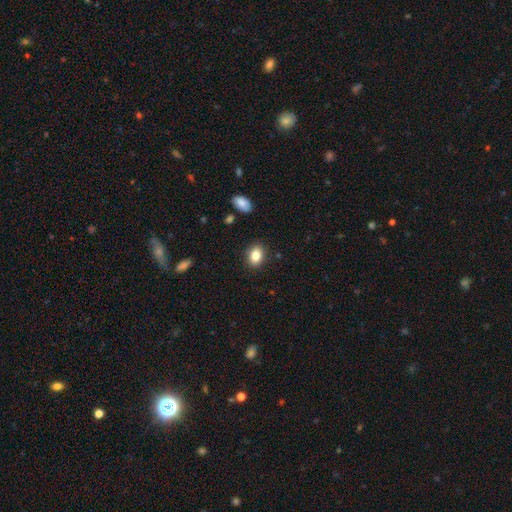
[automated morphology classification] This is clearly a smooth galaxy (84%). How rounded: likely in between (72%). Merging: clearly none (88%).